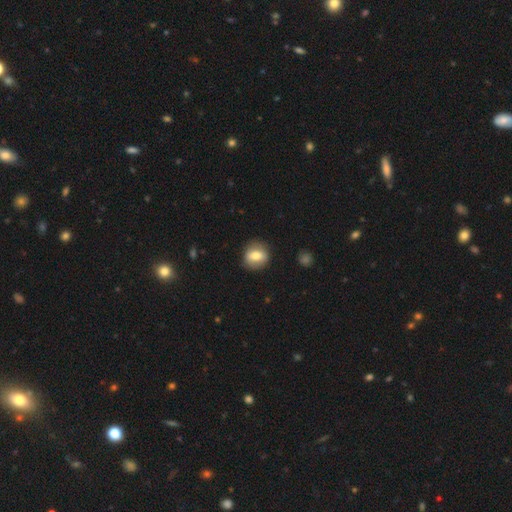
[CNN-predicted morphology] Smooth or featured? smooth (66%)
How rounded? round (71%)
Merging? none (85%)